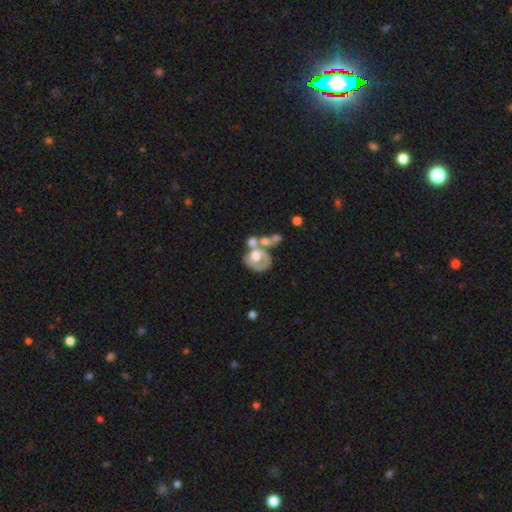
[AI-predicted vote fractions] A featured or disk galaxy (56%) with no bar (89%), no spiral arms (79%) and a moderate central bulge (55%). Merging: merger (51%).